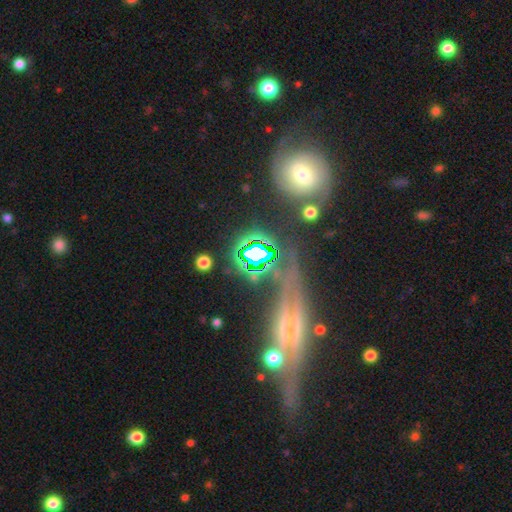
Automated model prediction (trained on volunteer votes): The model was most divided on "smooth or featured": star or artifact: 64%, smooth: 20%, featured or disk: 16%.